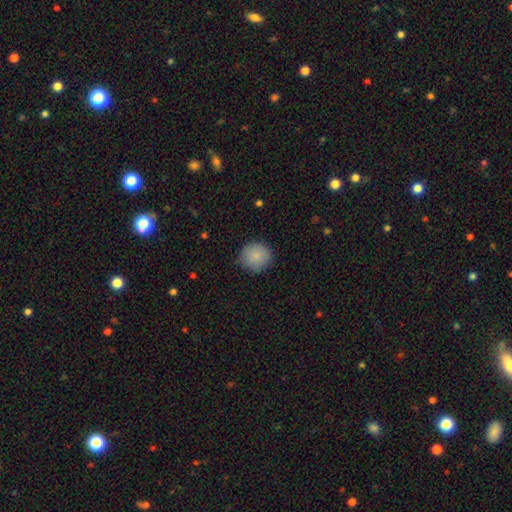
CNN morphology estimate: smooth 86%, star or artifact 8%, featured or disk 6%. Down the decision tree: how rounded — round (90%); merging — none (82%).